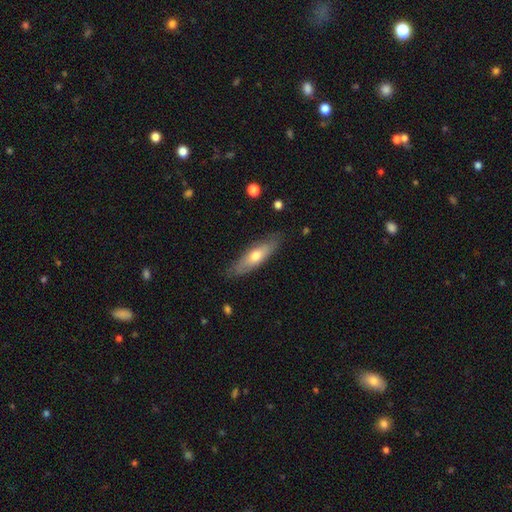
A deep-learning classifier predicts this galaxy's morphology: type=smooth (57%); roundness=cigar-shaped (52%); merging=none (80%).